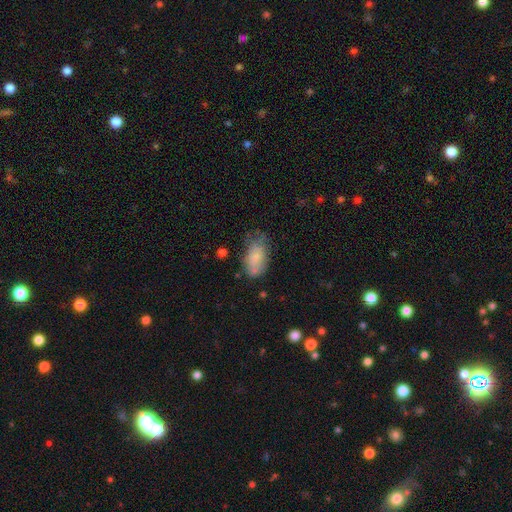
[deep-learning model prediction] Smooth or featured? smooth (72%)
How rounded? in between (91%)
Merging? none (53%)